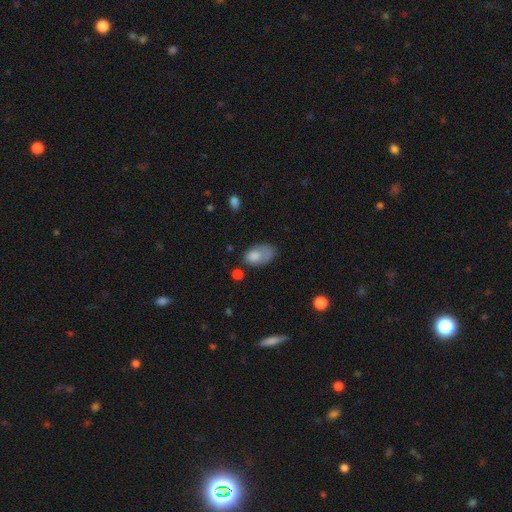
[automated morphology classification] Smooth or featured? smooth (75%)
How rounded? in between (89%)
Merging? none (37%)